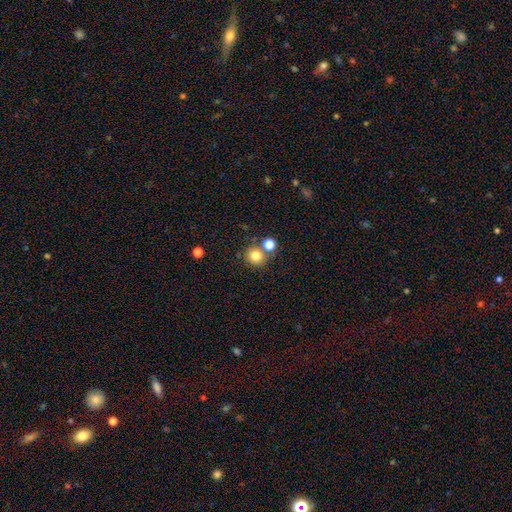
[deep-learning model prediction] Overall: smooth (80%). How rounded: round (90%). Merging: none (70%).